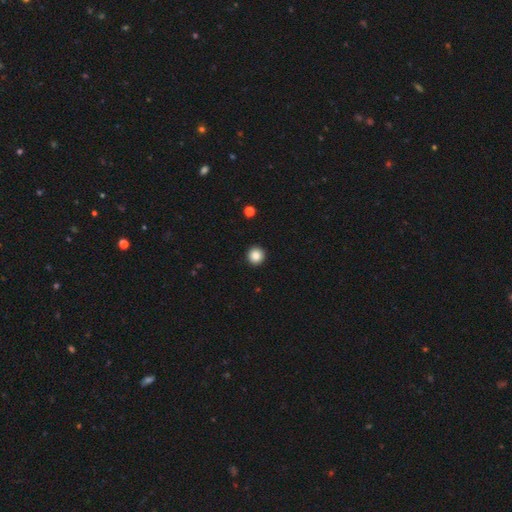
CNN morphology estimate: A smooth galaxy with no disk features (86%) that is round (96%). Merging: none (94%).